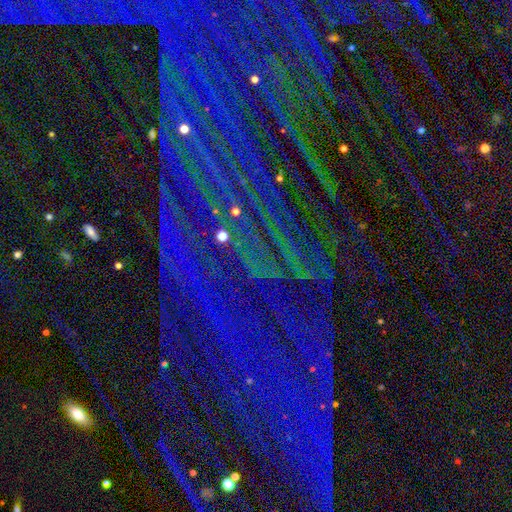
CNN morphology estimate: This is clearly a star or artifact rather than a galaxy (85%).